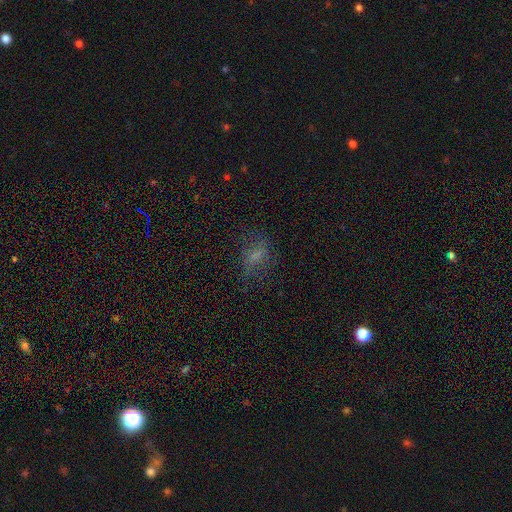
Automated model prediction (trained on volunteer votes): smooth 51%, featured or disk 28%, star or artifact 21%. Down the decision tree: how rounded — in between (74%); merging — none (62%).